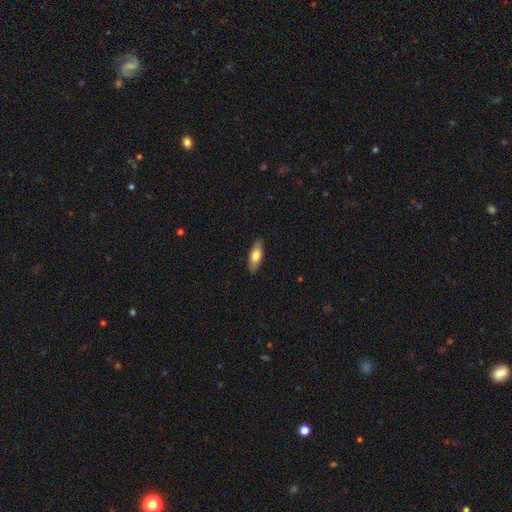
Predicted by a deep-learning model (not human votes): A smooth galaxy with no disk features (75%) that is in between round and cigar-shaped (72%).

Vote fractions:
- Smooth or featured? smooth: 75% / featured or disk: 20% / star or artifact: 6%
- How rounded? in between: 72% / cigar-shaped: 26% / round: 2%
- Merging? none: 87% / minor disturbance: 10% / major disturbance: 2% / merger: 1%